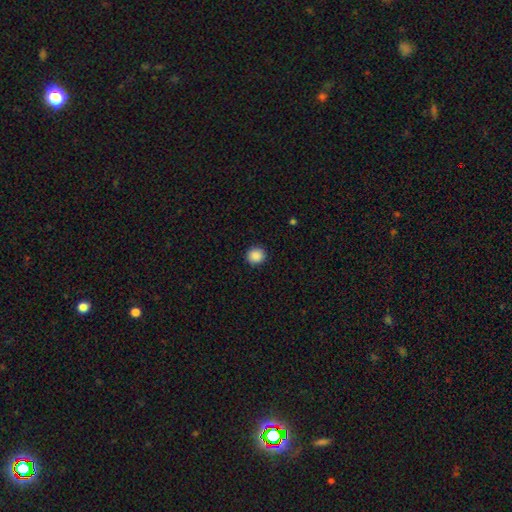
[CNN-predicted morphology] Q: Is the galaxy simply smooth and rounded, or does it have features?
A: smooth — 89%.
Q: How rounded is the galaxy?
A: round — 91%.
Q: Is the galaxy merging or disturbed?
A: none — 91%.